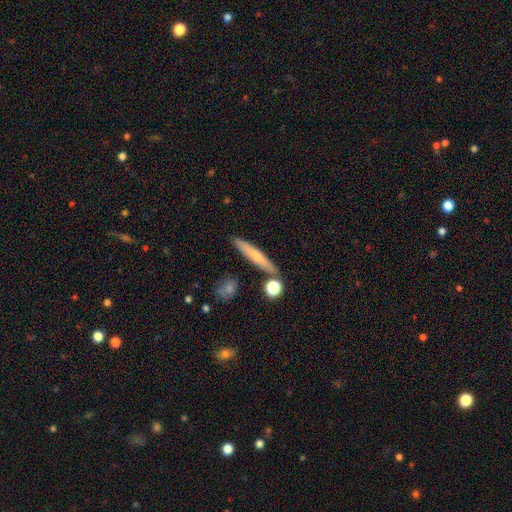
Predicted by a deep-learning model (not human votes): The model was most divided on "smooth or featured": smooth: 62%, featured or disk: 31%, star or artifact: 7%. More confident: how rounded — cigar-shaped (90%); merging — none (82%).